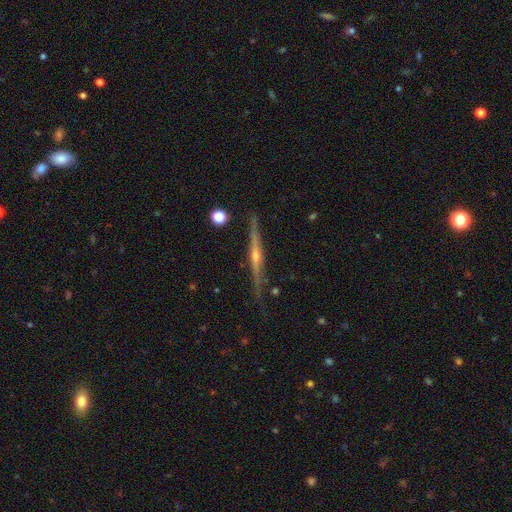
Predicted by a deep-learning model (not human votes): Smooth or featured: featured or disk — 81% (smooth — 12%)
Edge-on disk: yes — 98% (no — 2%)
Edge-on bulge: rounded — 83% (none — 13%)
Merging: none — 81% (minor disturbance — 14%)